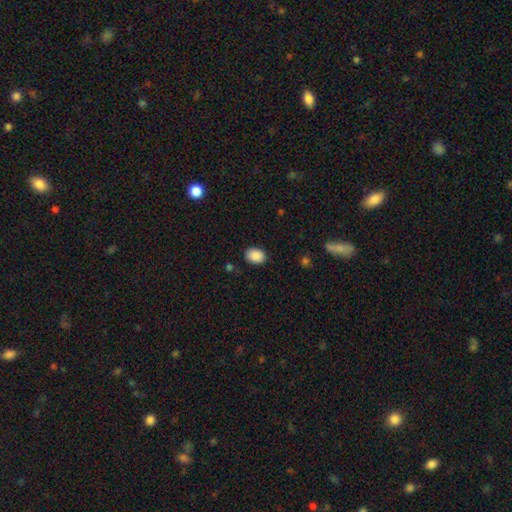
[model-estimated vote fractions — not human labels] This is clearly a smooth galaxy (89%). How rounded: likely in between (71%). Merging: clearly none (86%).